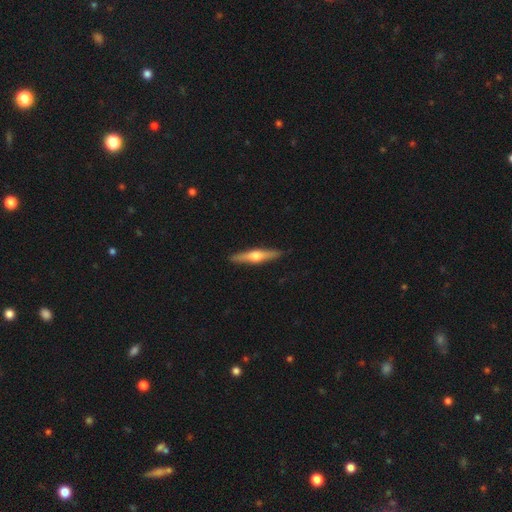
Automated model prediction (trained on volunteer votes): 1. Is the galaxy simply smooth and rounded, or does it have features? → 66% featured or disk, 28% smooth, 5% star or artifact.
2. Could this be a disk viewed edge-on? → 97% yes, 3% no.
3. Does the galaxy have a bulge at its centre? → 94% rounded, 3% boxy, 3% none.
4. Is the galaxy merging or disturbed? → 91% none, 7% minor disturbance, 1% major disturbance, 1% merger.